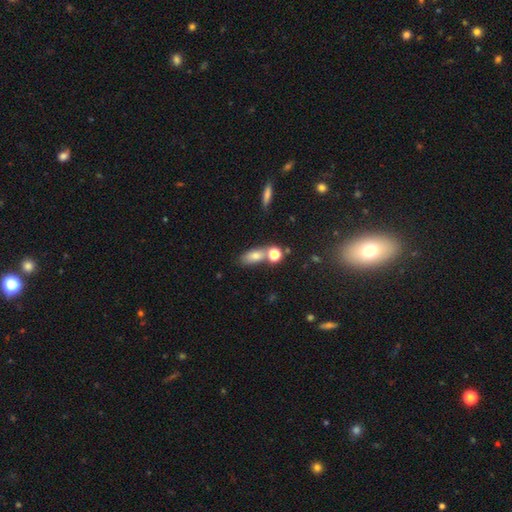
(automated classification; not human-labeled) smooth-or-featured: smooth: 73% | featured or disk: 15% | star or artifact: 12%
  how-rounded: in between: 70% | cigar-shaped: 16% | round: 14%
  merging: none: 52% | merger: 30% | minor disturbance: 13% | major disturbance: 5%